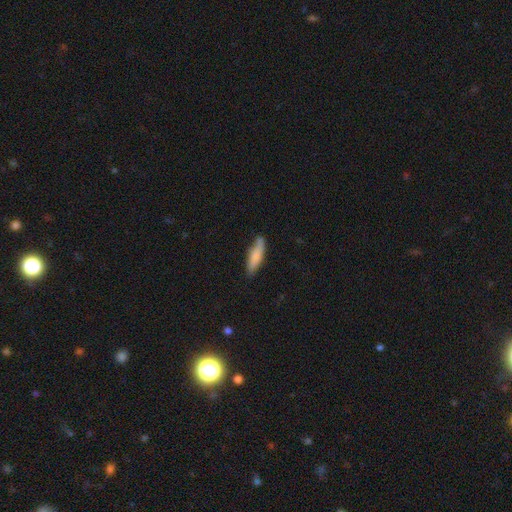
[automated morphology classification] smooth-or-featured: smooth: 77% | featured or disk: 18% | star or artifact: 6%
  how-rounded: cigar-shaped: 64% | in between: 34% | round: 2%
  merging: none: 69% | minor disturbance: 24% | major disturbance: 4% | merger: 3%